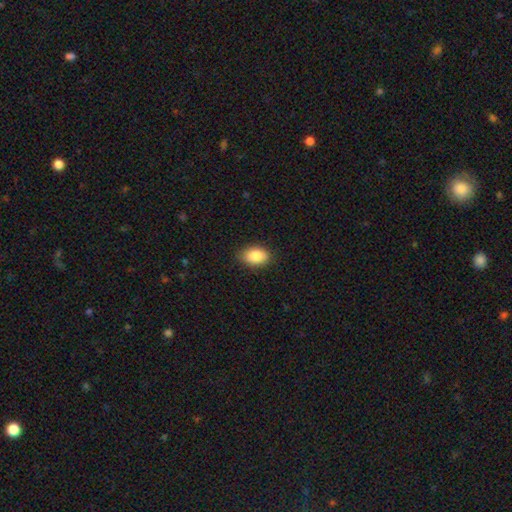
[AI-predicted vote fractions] smooth-or-featured: smooth: 88% | star or artifact: 7% | featured or disk: 5%
  how-rounded: in between: 87% | round: 12% | cigar-shaped: 1%
  merging: none: 86% | minor disturbance: 11% | major disturbance: 2% | merger: 1%